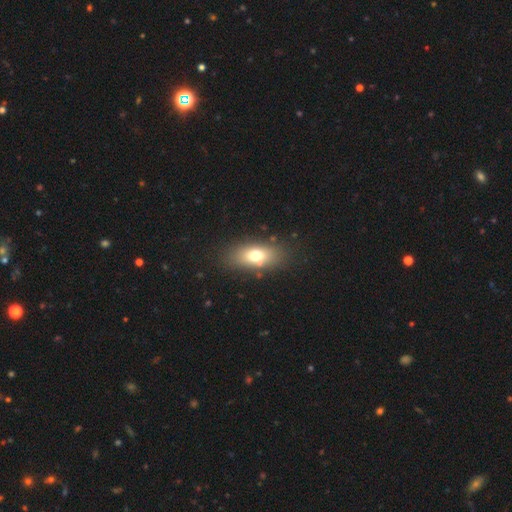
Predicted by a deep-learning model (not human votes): Overall: smooth (69%). How rounded: in between (81%). Merging: none (81%).